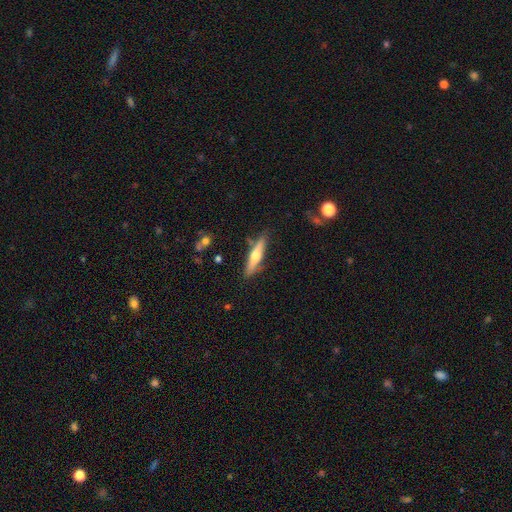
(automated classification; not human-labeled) A featured or disk galaxy (54%) viewed edge-on (94%) with a rounded central bulge (92%). Merging: none (83%).